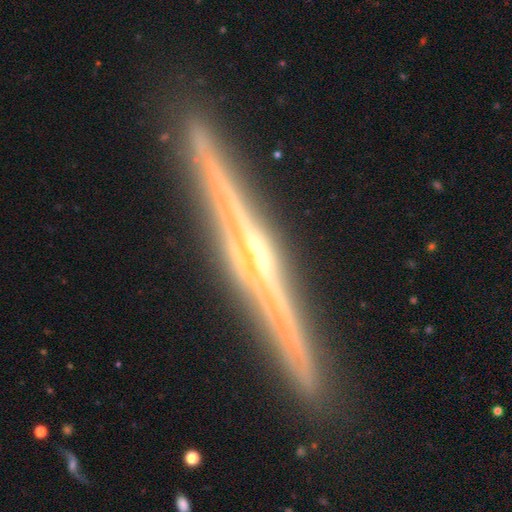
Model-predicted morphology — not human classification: featured or disk 88%, smooth 7%, star or artifact 5%. Down the decision tree: edge-on disk — yes (98%); edge-on bulge — rounded (60%); merging — none (92%).